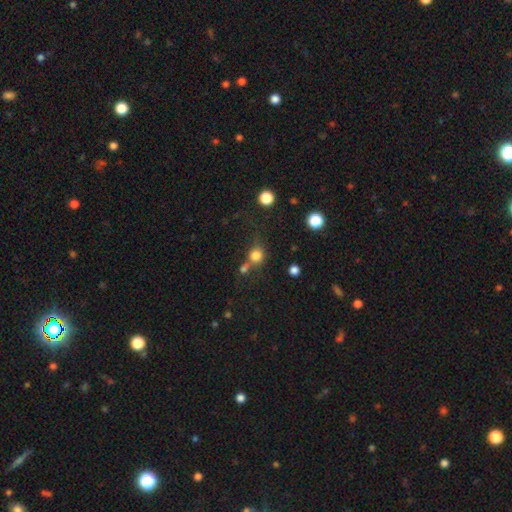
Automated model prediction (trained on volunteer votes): A smooth galaxy with no disk features (79%) that is round (85%). Merging: none (51%).